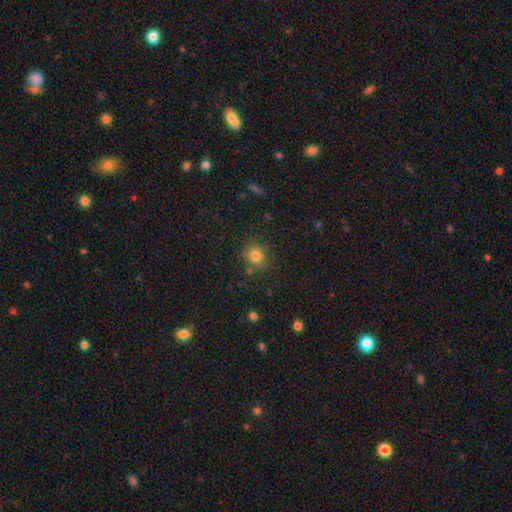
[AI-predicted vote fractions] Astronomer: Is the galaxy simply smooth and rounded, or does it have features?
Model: smooth — 80%.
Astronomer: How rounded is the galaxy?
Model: round — 84%.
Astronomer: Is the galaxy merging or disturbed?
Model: none — 78%.